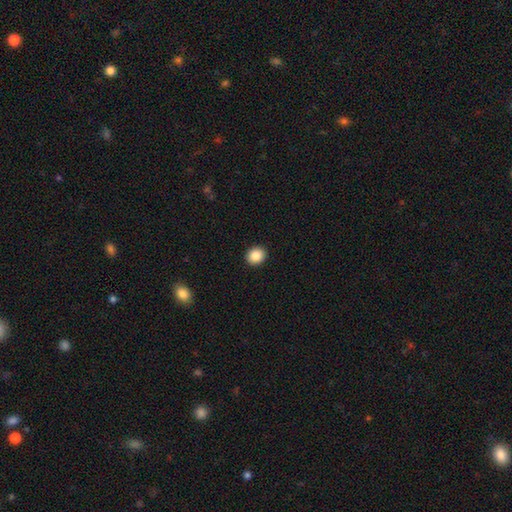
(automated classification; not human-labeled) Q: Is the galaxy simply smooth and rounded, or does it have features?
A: smooth — 87%.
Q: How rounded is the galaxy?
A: round — 73%.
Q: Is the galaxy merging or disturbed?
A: none — 93%.